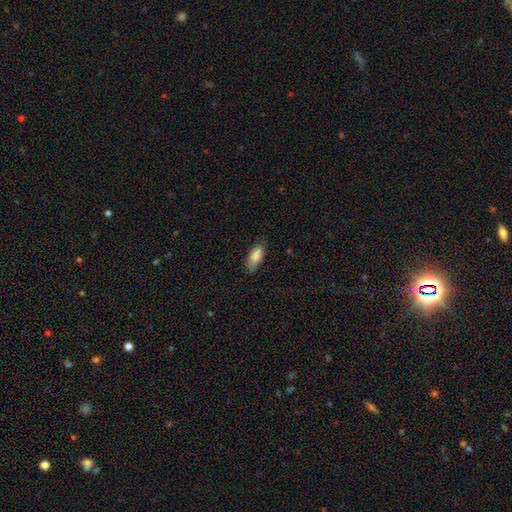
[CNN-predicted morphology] smooth 86%, featured or disk 7%, star or artifact 6%. Down the decision tree: how rounded — in between (86%); merging — none (79%).